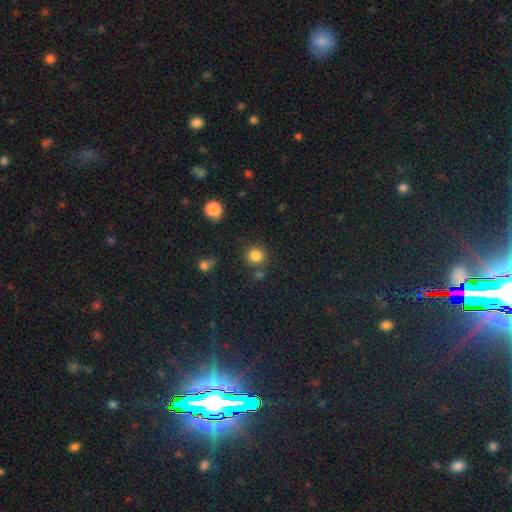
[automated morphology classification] Q: Smooth or featured?
A: smooth (83%); runner-up: star or artifact (13%)
Q: How rounded?
A: round (90%); runner-up: in between (9%)
Q: Merging?
A: none (80%); runner-up: minor disturbance (9%)